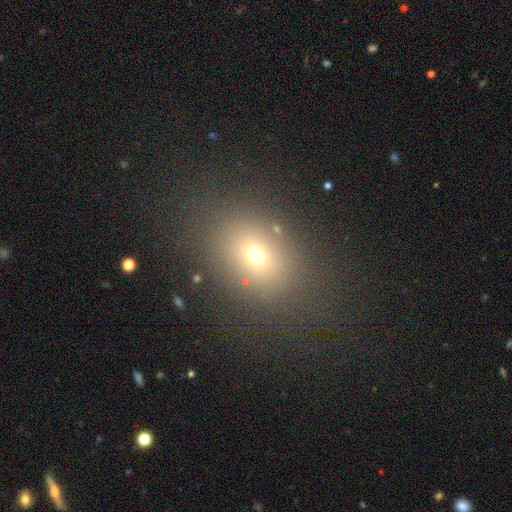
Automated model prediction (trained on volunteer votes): This is likely a smooth galaxy (67%). How rounded: possibly in between (54%). Merging: likely none (78%).